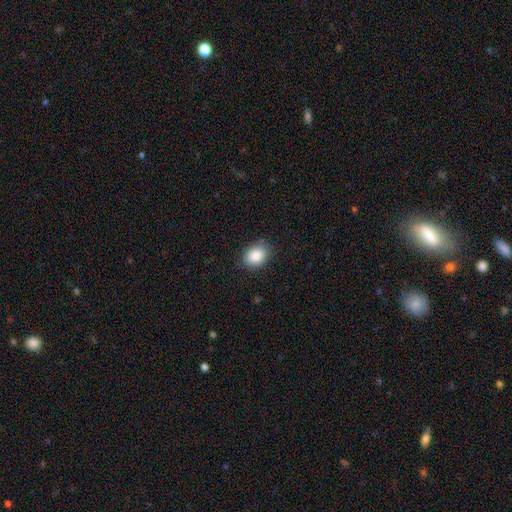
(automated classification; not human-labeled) Morphology: type=smooth (87%); roundness=in between (59%); merging=none (84%).